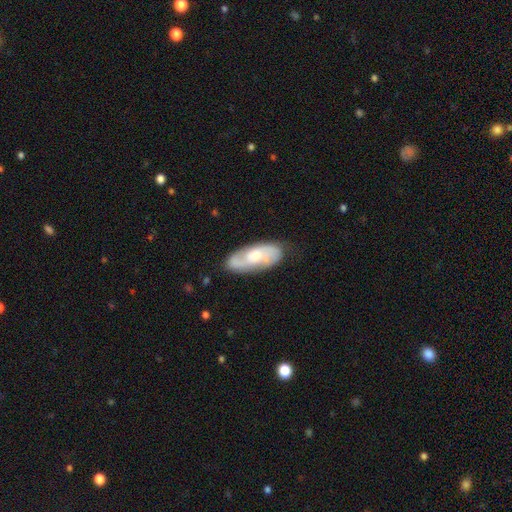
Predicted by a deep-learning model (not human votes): featured or disk 64%, smooth 30%, star or artifact 6%. Down the decision tree: edge-on disk — no (89%); bar — no (69%); spiral arms — yes (86%); bulge size — moderate (55%); merging — none (76%).